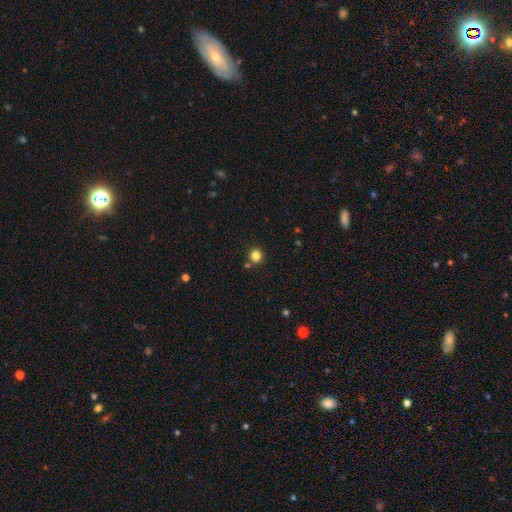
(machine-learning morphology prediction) Q: Smooth or featured?
A: smooth (83%); runner-up: star or artifact (13%)
Q: How rounded?
A: round (90%); runner-up: in between (9%)
Q: Merging?
A: none (83%); runner-up: merger (8%)